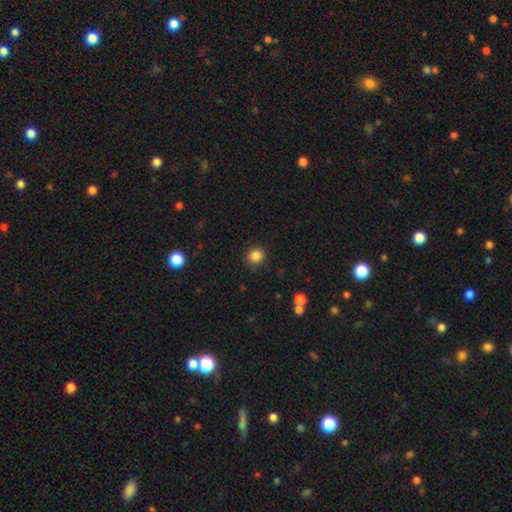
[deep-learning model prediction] This is clearly a smooth galaxy (85%). How rounded: clearly round (92%). Merging: clearly none (88%).